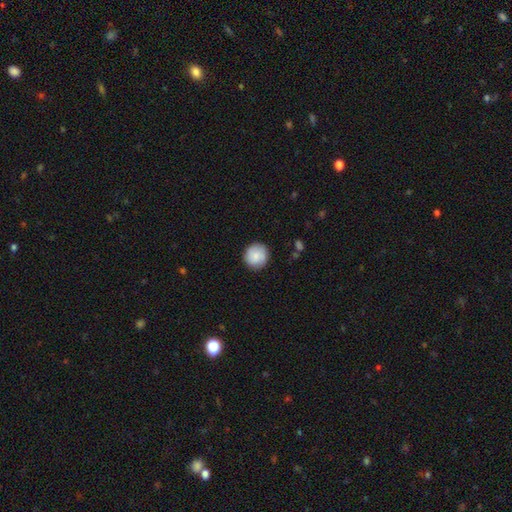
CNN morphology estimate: Smooth or featured?
  - smooth: 81% *
  - featured or disk: 12%
  - star or artifact: 7%
How rounded?
  - round: 93% *
  - in between: 6%
  - cigar-shaped: 1%
Merging?
  - none: 88% *
  - minor disturbance: 9%
  - major disturbance: 2%
  - merger: 1%